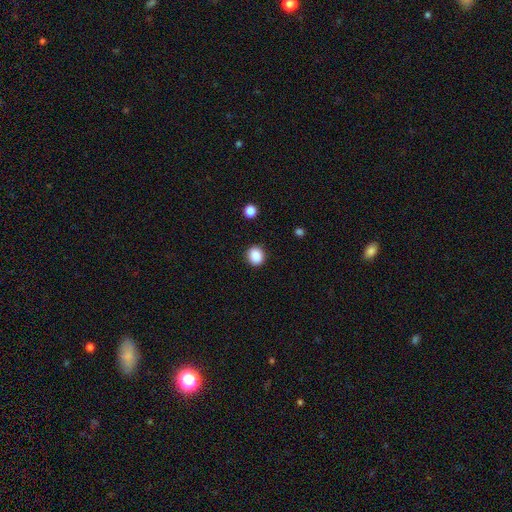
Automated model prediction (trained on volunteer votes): Smooth or featured: smooth — 88% (star or artifact — 9%)
How rounded: round — 79% (in between — 21%)
Merging: none — 90% (minor disturbance — 7%)